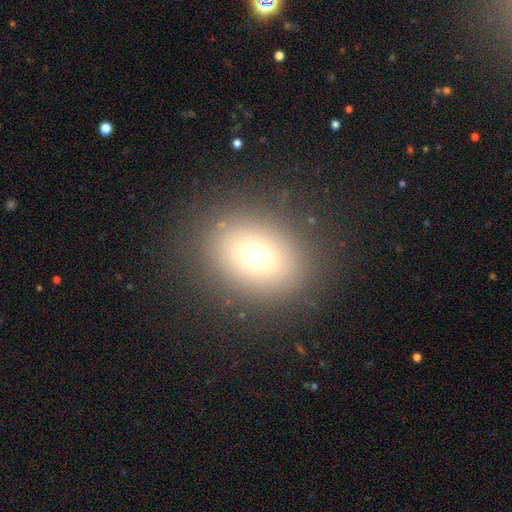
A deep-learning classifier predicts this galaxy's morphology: A smooth galaxy with no disk features (69%) that is in between round and cigar-shaped (52%).

Vote fractions:
- Smooth or featured? smooth: 69% / star or artifact: 17% / featured or disk: 15%
- How rounded? in between: 52% / round: 47% / cigar-shaped: 1%
- Merging? none: 84% / minor disturbance: 9% / major disturbance: 5% / merger: 1%